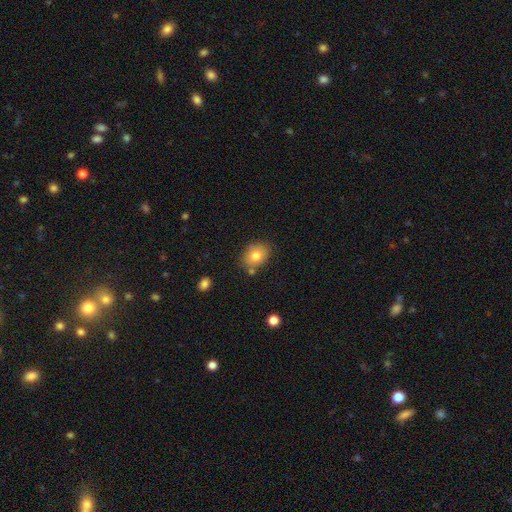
A smooth galaxy with no disk features (79%) that is round (60%).

Vote fractions:
- Smooth or featured? smooth: 79% / featured or disk: 11% / star or artifact: 11%
- How rounded? round: 60% / in between: 40% / cigar-shaped: 0%
- Merging? none: 74% / minor disturbance: 18% / merger: 9% / major disturbance: 0%